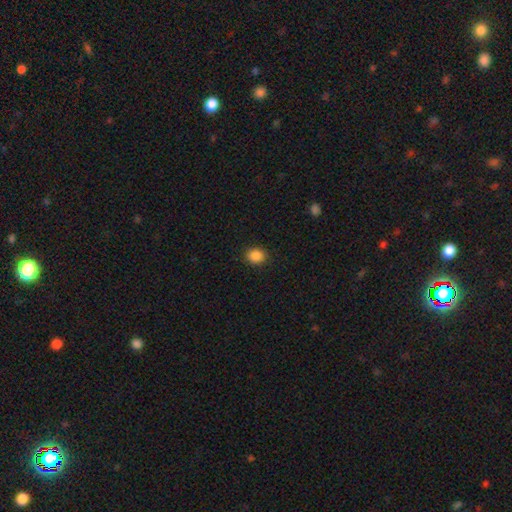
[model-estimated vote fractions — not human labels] Smooth or featured?
  - smooth: 87% *
  - star or artifact: 10%
  - featured or disk: 3%
How rounded?
  - round: 65% *
  - in between: 34%
  - cigar-shaped: 1%
Merging?
  - none: 90% *
  - minor disturbance: 7%
  - major disturbance: 2%
  - merger: 1%